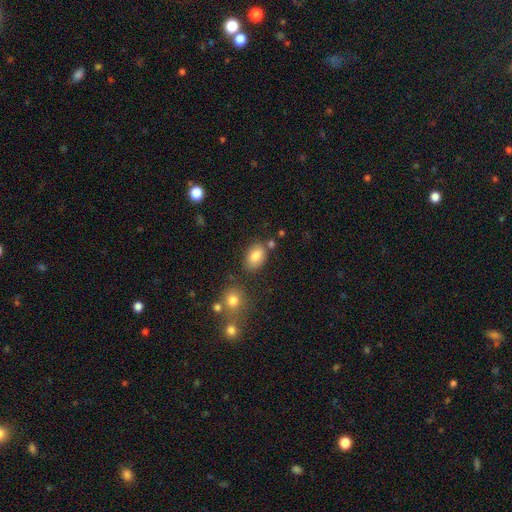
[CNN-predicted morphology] smooth-or-featured: smooth: 83% | featured or disk: 9% | star or artifact: 8%
  how-rounded: in between: 84% | round: 15% | cigar-shaped: 1%
  merging: none: 73% | minor disturbance: 15% | merger: 8% | major disturbance: 4%